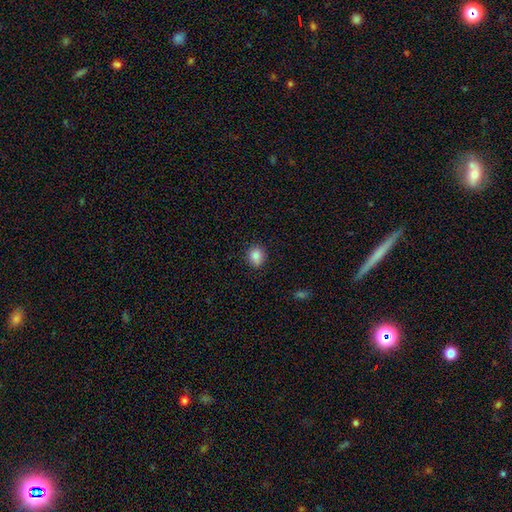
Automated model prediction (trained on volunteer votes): A smooth galaxy with no disk features (86%) that is round (72%). Merging: none (87%).